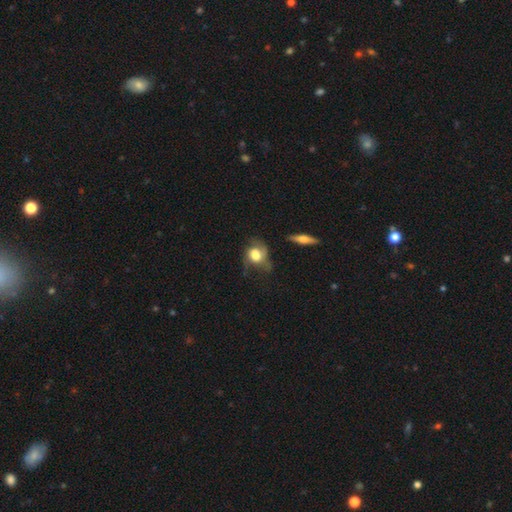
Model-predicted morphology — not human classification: The model was most divided on "merging": none: 36%, major disturbance: 32%, minor disturbance: 28%, merger: 4%. More confident: smooth or featured — smooth (52%); how rounded — round (52%).